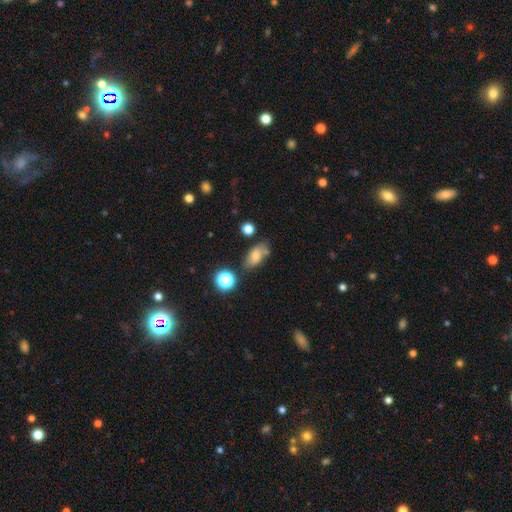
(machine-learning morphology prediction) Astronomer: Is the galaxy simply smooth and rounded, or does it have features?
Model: smooth — 69%.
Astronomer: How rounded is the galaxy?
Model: in between — 84%.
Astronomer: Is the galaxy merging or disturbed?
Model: none — 63%.